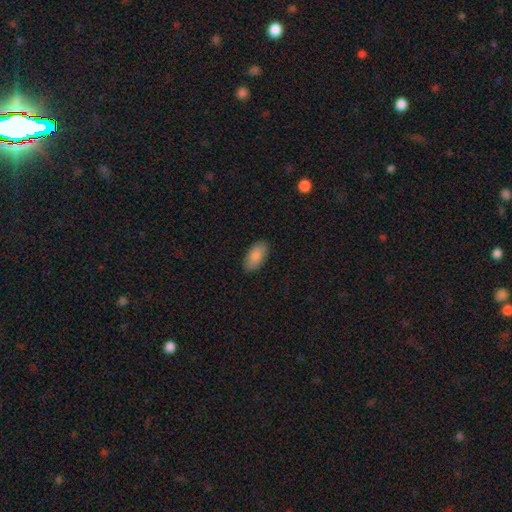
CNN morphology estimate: Smooth or featured? Predicted: smooth (p=0.88). How rounded? Predicted: in between (p=0.93). Merging? Predicted: none (p=0.87).